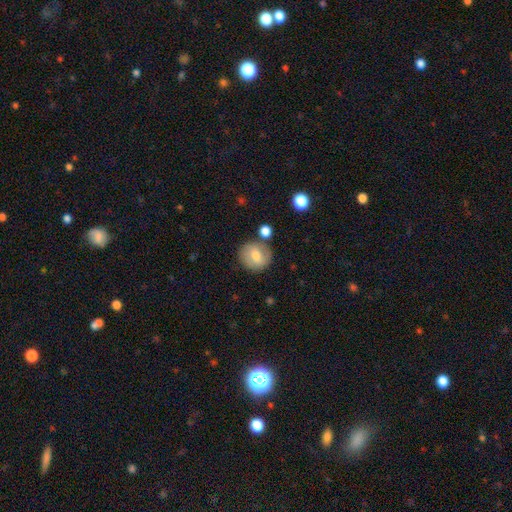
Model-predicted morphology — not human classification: Smooth or featured? smooth (66%)
How rounded? round (85%)
Merging? none (76%)